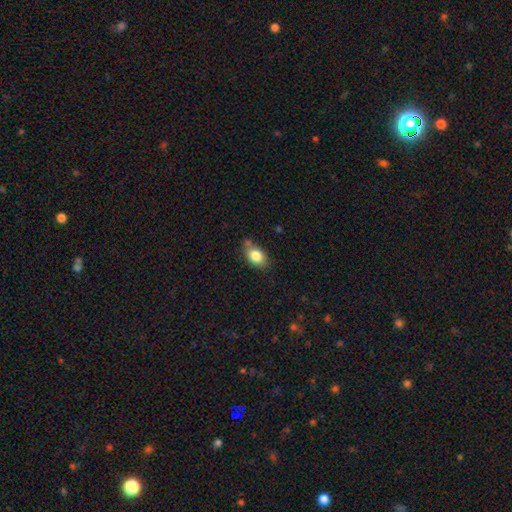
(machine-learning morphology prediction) Overall: smooth (83%). How rounded: in between (77%). Merging: none (60%; minor disturbance 24%).